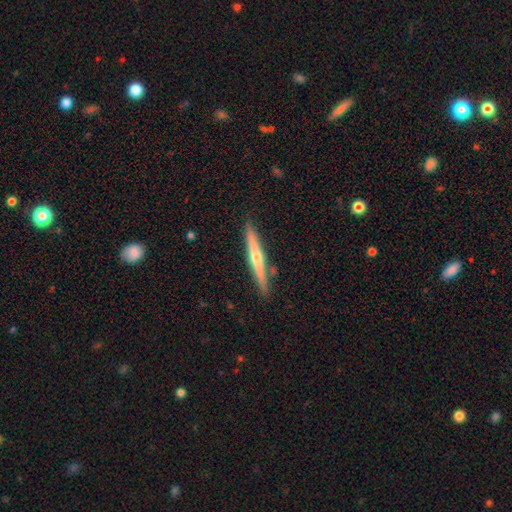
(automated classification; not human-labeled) Smooth or featured? Predicted: featured or disk (p=0.66). Edge-on disk? Predicted: yes (p=0.97). Edge-on bulge? Predicted: rounded (p=0.82). Merging? Predicted: none (p=0.88).